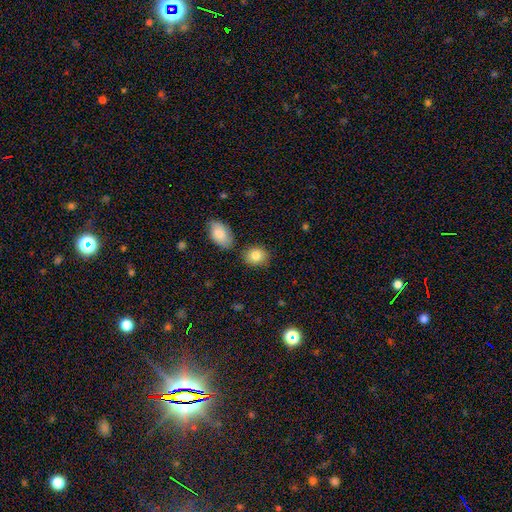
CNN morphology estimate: This is clearly a smooth galaxy (84%). How rounded: possibly round (59%). Merging: likely none (79%).